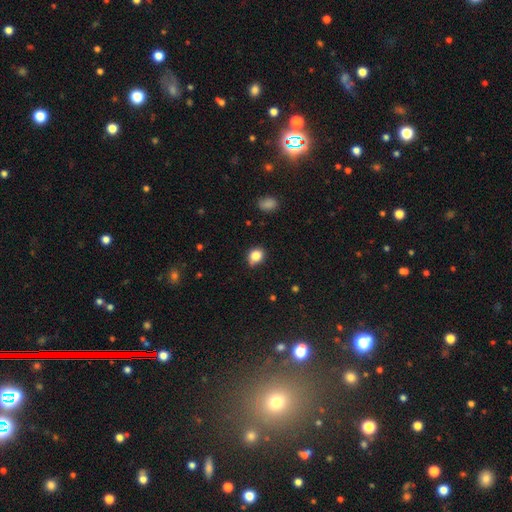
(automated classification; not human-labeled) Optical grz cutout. It shows a smooth galaxy with no disk features (82%) that is round (61%). Merging: none (68%).